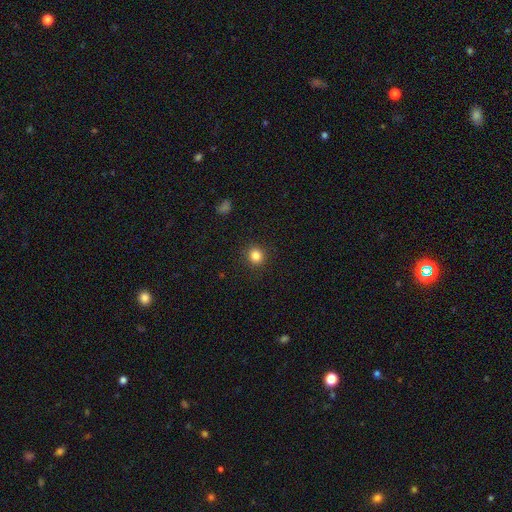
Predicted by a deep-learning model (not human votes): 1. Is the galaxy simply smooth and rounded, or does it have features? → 84% smooth, 12% star or artifact, 4% featured or disk.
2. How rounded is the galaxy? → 90% round, 9% in between, 1% cigar-shaped.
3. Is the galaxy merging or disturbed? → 91% none, 6% minor disturbance, 2% major disturbance, 1% merger.